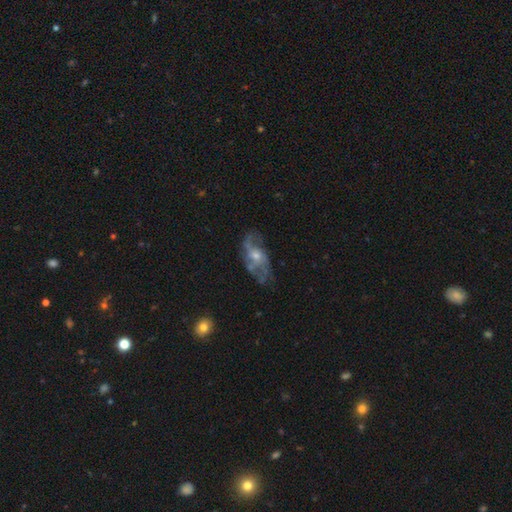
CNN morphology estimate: Smooth or featured? Predicted: featured or disk (p=0.72). Edge-on disk? Predicted: no (p=0.92). Bar? Predicted: no (p=0.72). Spiral arms? Predicted: yes (p=0.76). Spiral winding? Predicted: medium (p=0.41). Spiral arm count? Predicted: 2 (p=0.44). Bulge size? Predicted: moderate (p=0.50). Merging? Predicted: none (p=0.58).